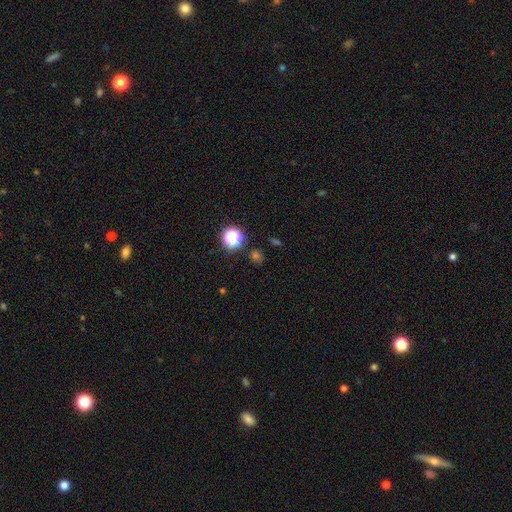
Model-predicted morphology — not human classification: smooth 48%, star or artifact 46%, featured or disk 6%. Down the decision tree: merging — none (82%).